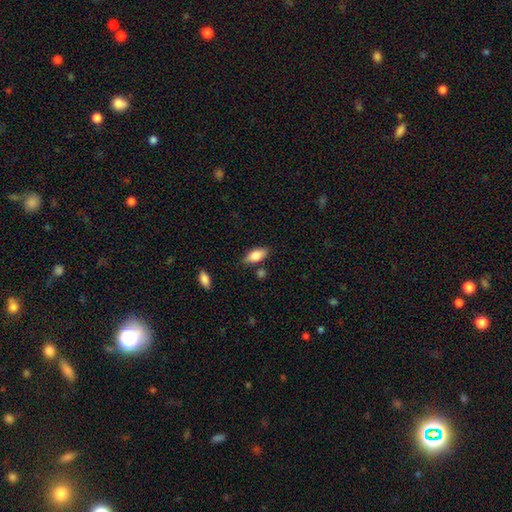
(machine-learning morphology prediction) This appears to be a smooth galaxy with no disk features (81%) that is in between round and cigar-shaped (85%). Merging: none (80%).